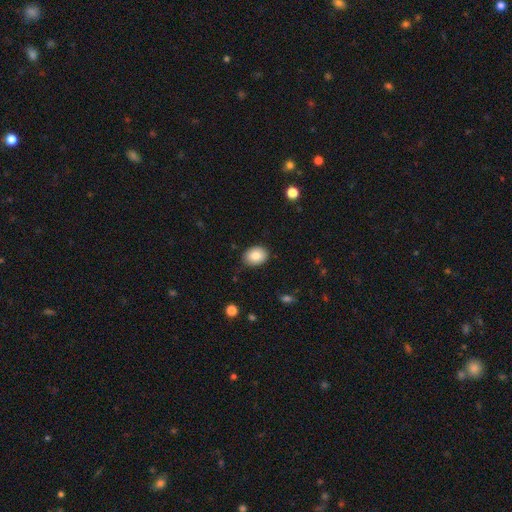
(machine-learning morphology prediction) Smooth or featured? Predicted: smooth (p=0.84). How rounded? Predicted: in between (p=0.70). Merging? Predicted: none (p=0.85).